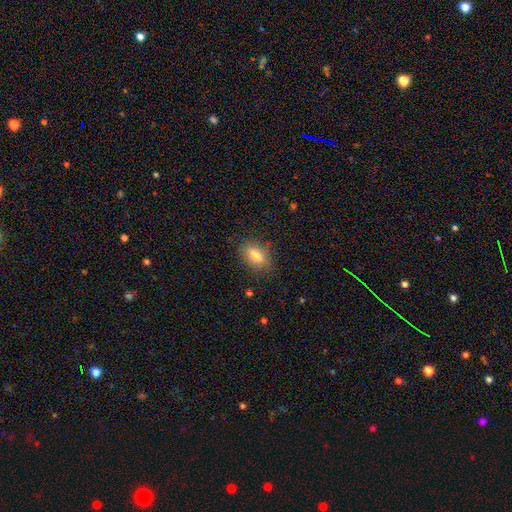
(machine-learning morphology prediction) type=smooth (76%); roundness=in between (78%); merging=none (81%).